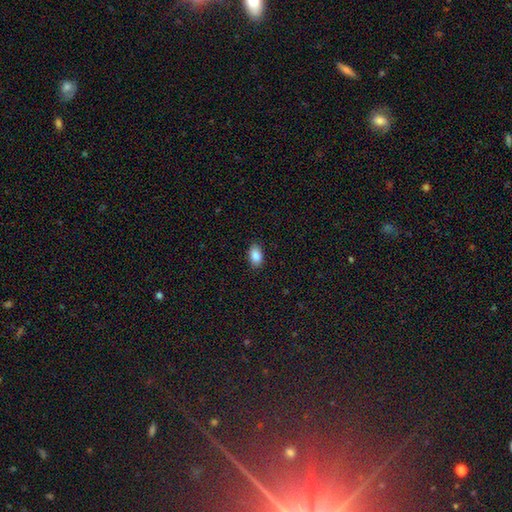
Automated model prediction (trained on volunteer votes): Smooth or featured? Predicted: smooth (p=0.88). How rounded? Predicted: in between (p=0.91). Merging? Predicted: none (p=0.86).